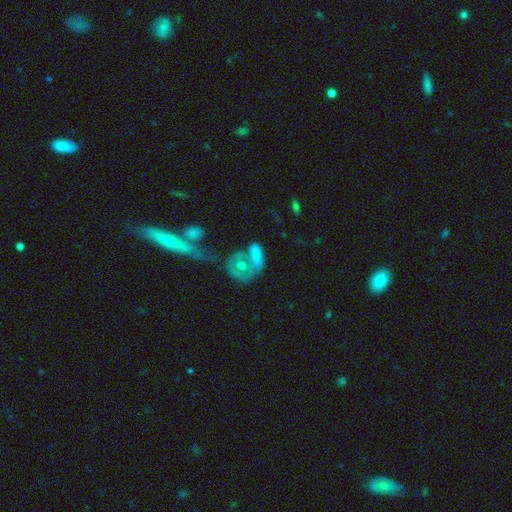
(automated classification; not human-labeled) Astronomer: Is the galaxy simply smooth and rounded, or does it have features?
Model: smooth — 56% (runner-up: featured or disk, 34%).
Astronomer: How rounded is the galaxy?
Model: in between — 64%.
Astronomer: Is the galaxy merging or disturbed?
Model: merger — 42% (runner-up: none, 28%).